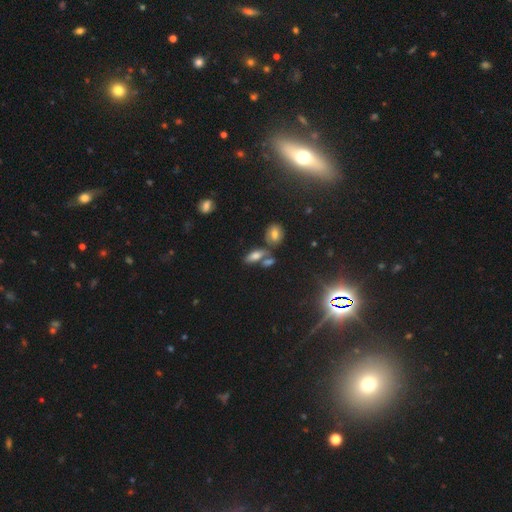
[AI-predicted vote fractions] The model was most divided on "merging": none: 54%, merger: 28%, minor disturbance: 13%, major disturbance: 5%. More confident: how rounded — in between (71%); smooth or featured — smooth (66%).